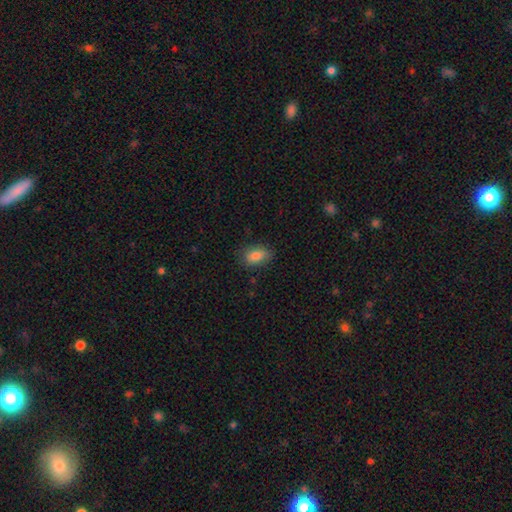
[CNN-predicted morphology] Overall: smooth (83%). How rounded: in between (87%). Merging: none (79%).